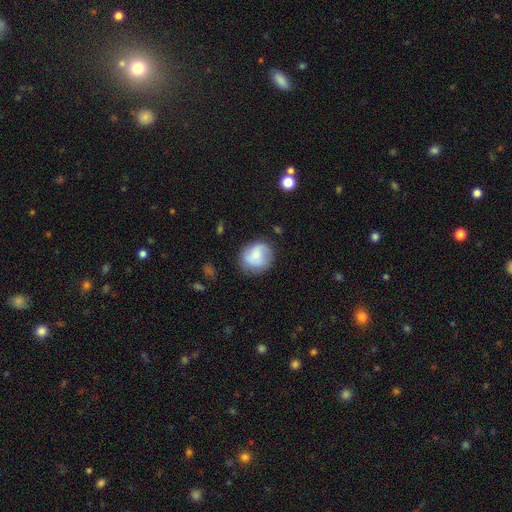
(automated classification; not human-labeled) Smooth or featured? Predicted: smooth (p=0.55). How rounded? Predicted: round (p=0.81). Merging? Predicted: none (p=0.72).